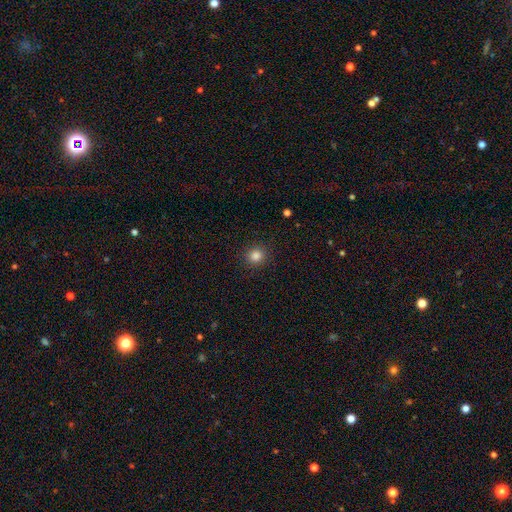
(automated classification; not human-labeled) A smooth galaxy with no disk features (84%) that is round (89%). Merging: none (91%).